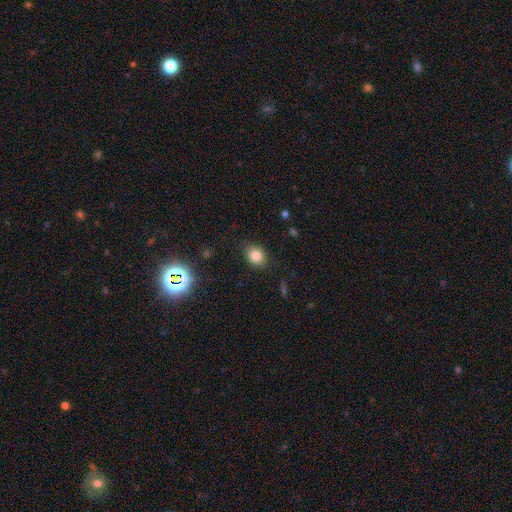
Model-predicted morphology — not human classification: This appears to be a smooth galaxy with no disk features (82%) that is in between round and cigar-shaped (58%). Merging: none (83%).